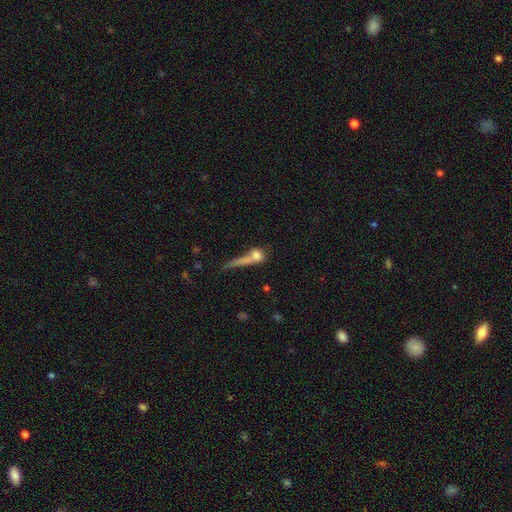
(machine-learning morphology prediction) This appears to be a smooth galaxy with no disk features (50%) that is cigar-shaped (44%). Merging: none (44%).